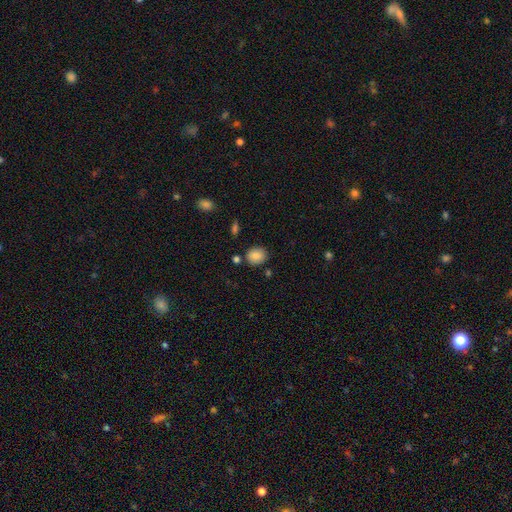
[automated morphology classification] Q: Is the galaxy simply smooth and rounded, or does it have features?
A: smooth — 85%.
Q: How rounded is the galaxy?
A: round — 71%.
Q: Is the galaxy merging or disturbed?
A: none — 82%.